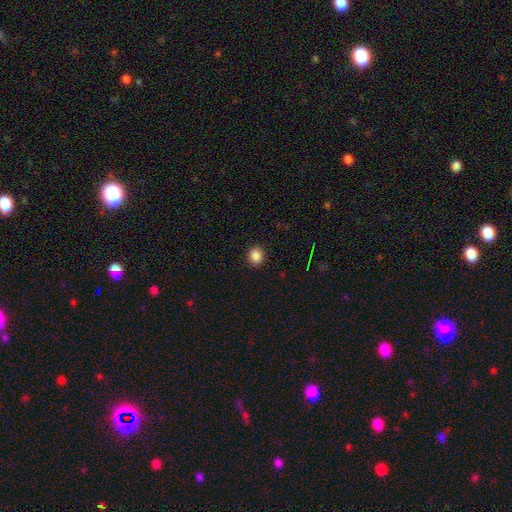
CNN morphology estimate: This is clearly a smooth galaxy (86%). How rounded: likely round (76%). Merging: clearly none (91%).